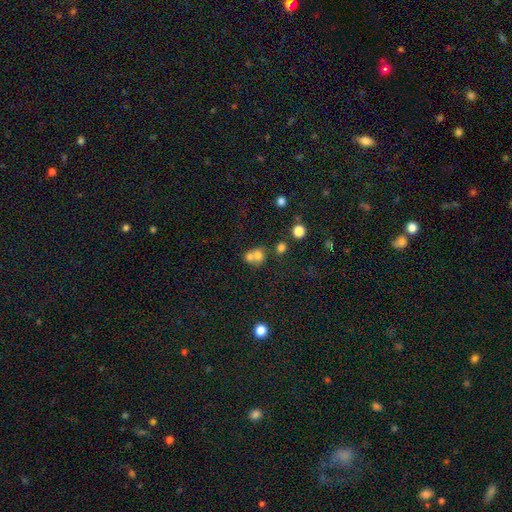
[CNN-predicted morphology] A smooth galaxy with no disk features (70%) that is round (70%). Merging: merger (62%).